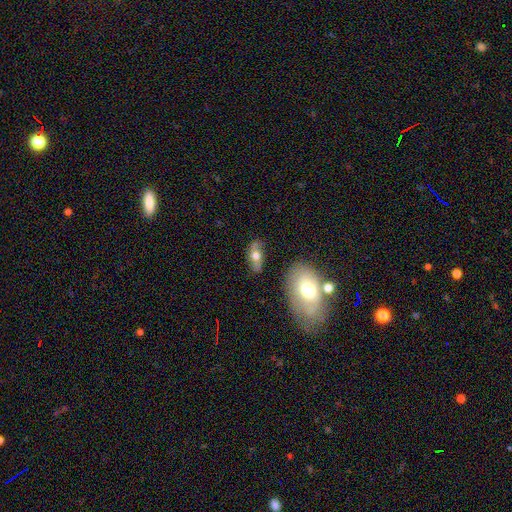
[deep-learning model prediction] Q: Smooth or featured?
A: smooth (48%); runner-up: featured or disk (44%)
Q: Merging?
A: none (76%); runner-up: minor disturbance (15%)